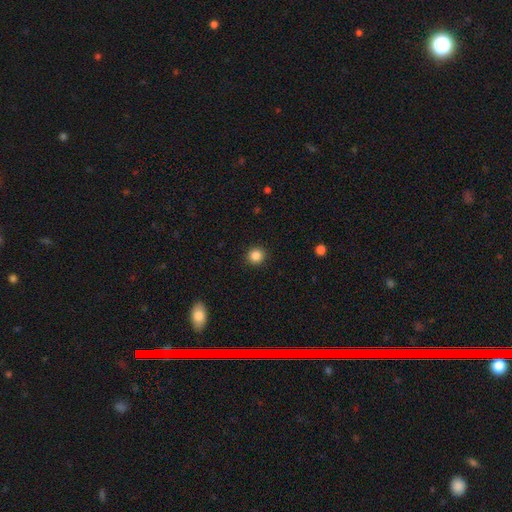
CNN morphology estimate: smooth 85%, star or artifact 11%, featured or disk 4%. Down the decision tree: how rounded — round (90%); merging — none (92%).